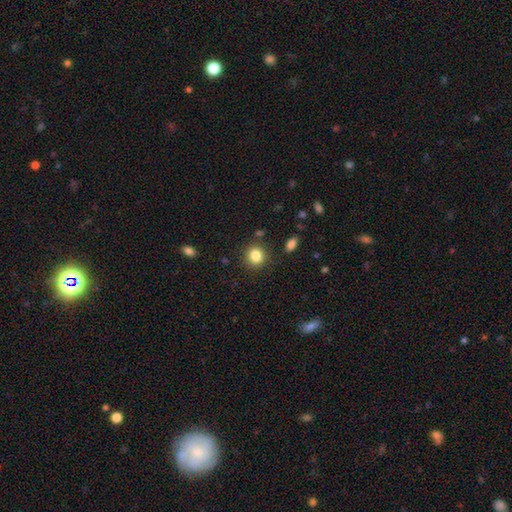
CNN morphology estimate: This is clearly a smooth galaxy (85%). How rounded: clearly round (83%). Merging: clearly none (85%).